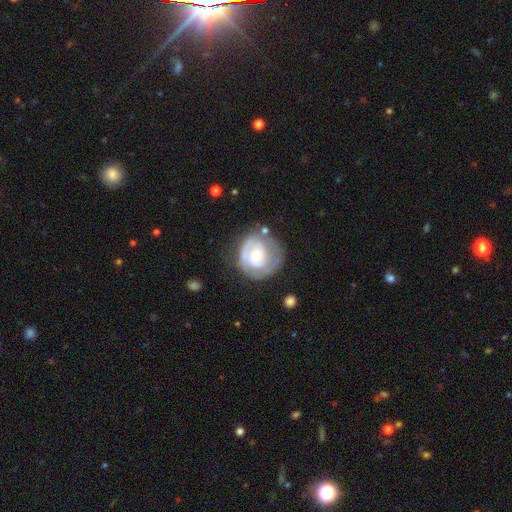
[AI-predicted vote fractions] smooth_or_featured: featured or disk (p=0.62) [alt: smooth p=0.32]
disk_edge_on: no (p=0.97) [alt: yes p=0.03]
bar: no (p=0.79) [alt: weak p=0.18]
has_spiral_arms: yes (p=0.58) [alt: no p=0.42]
bulge_size: moderate (p=0.54) [alt: small p=0.37]
merging: none (p=0.57) [alt: minor disturbance p=0.23]